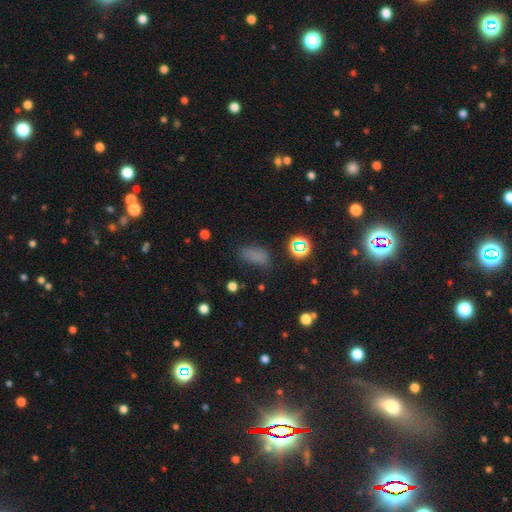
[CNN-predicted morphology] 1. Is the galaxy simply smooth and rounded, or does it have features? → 69% smooth, 24% star or artifact, 7% featured or disk.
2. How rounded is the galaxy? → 82% in between, 10% round, 8% cigar-shaped.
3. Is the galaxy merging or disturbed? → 66% none, 21% minor disturbance, 9% major disturbance, 3% merger.